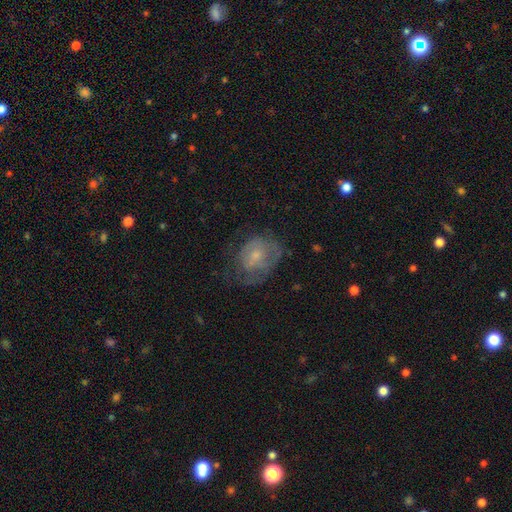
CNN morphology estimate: Smooth or featured? Predicted: featured or disk (p=0.50). Merging? Predicted: none (p=0.45).